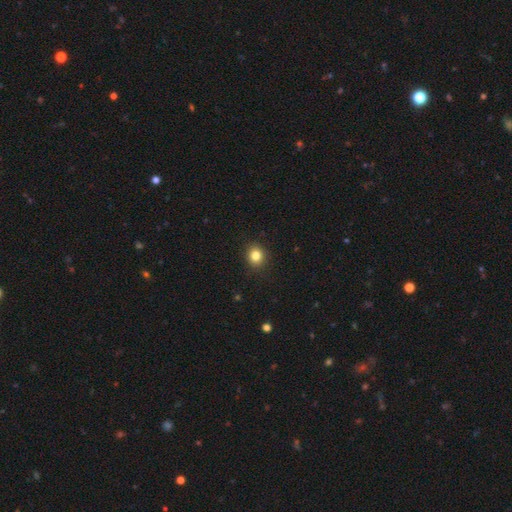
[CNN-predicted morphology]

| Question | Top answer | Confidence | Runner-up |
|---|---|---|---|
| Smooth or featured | smooth | 83% | star or artifact (12%) |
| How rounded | round | 77% | in between (22%) |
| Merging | none | 91% | minor disturbance (7%) |